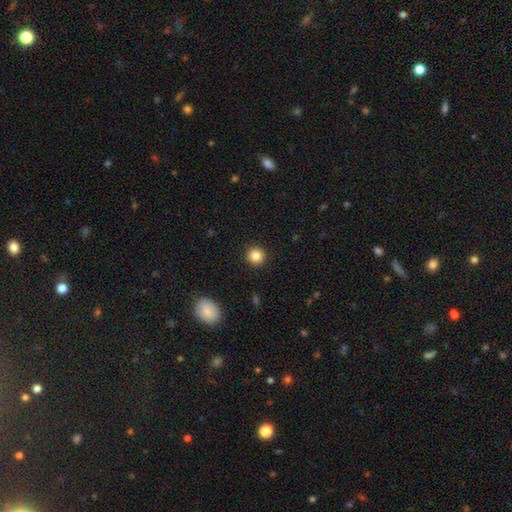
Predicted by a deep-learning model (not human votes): Smooth or featured: smooth — 85% (star or artifact — 10%)
How rounded: round — 93% (in between — 6%)
Merging: none — 92% (minor disturbance — 5%)